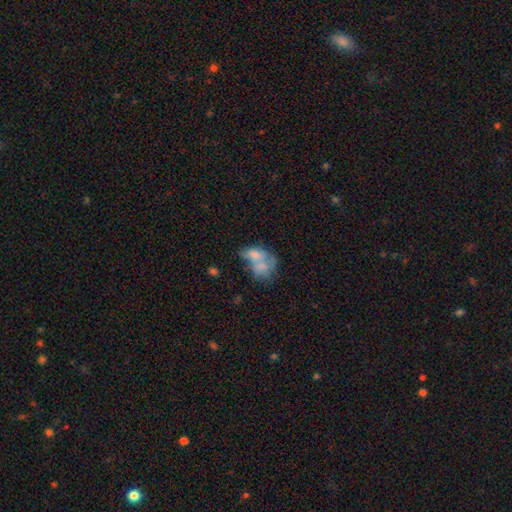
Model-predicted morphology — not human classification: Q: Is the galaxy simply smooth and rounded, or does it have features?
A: smooth — 55%.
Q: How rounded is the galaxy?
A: in between — 75%.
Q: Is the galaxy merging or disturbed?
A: merger — 61%.